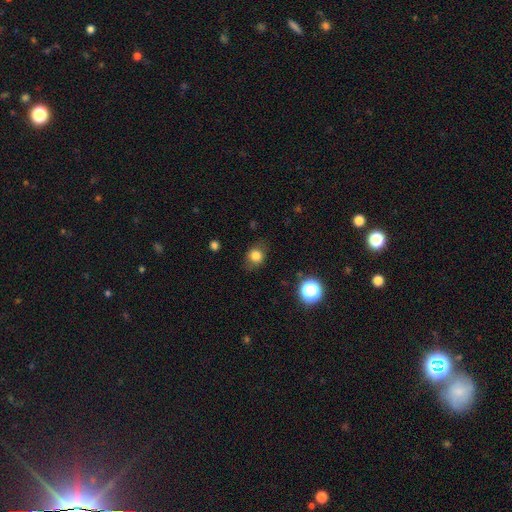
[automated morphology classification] Q: Smooth or featured?
A: smooth (80%); runner-up: star or artifact (12%)
Q: How rounded?
A: round (65%); runner-up: in between (34%)
Q: Merging?
A: none (78%); runner-up: minor disturbance (16%)